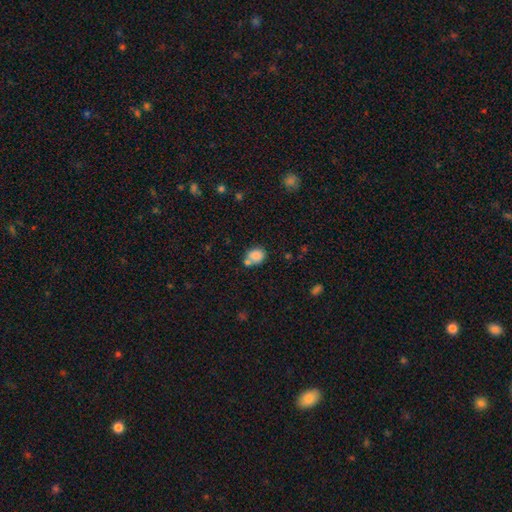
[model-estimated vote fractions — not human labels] smooth 84%, star or artifact 10%, featured or disk 7%. Down the decision tree: how rounded — round (63%); merging — none (52%).